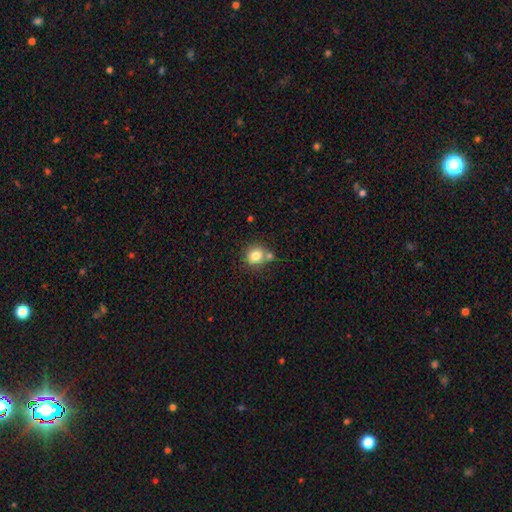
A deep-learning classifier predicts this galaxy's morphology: smooth-or-featured: smooth: 80% | star or artifact: 11% | featured or disk: 9%
  how-rounded: round: 83% | in between: 16% | cigar-shaped: 1%
  merging: none: 60% | merger: 25% | minor disturbance: 12% | major disturbance: 4%